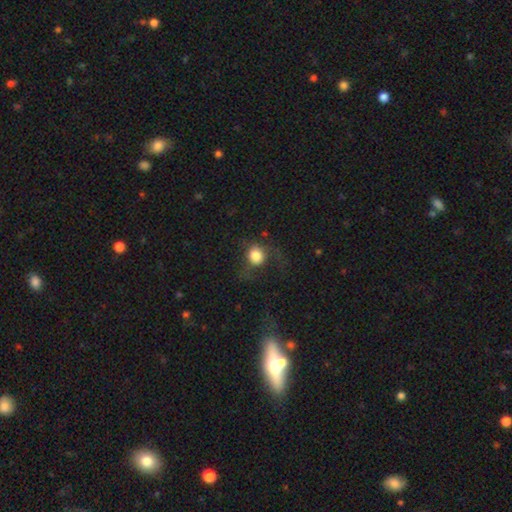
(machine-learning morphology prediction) Smooth or featured?
  - smooth: 79% *
  - featured or disk: 11%
  - star or artifact: 10%
How rounded?
  - round: 78% *
  - in between: 20%
  - cigar-shaped: 1%
Merging?
  - none: 49% *
  - major disturbance: 27%
  - minor disturbance: 22%
  - merger: 2%